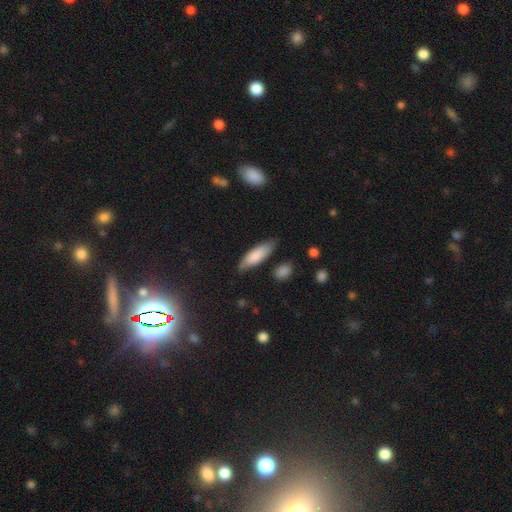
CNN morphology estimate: This appears to be a smooth galaxy with no disk features (81%) that is in between round and cigar-shaped (55%). Merging: none (75%).